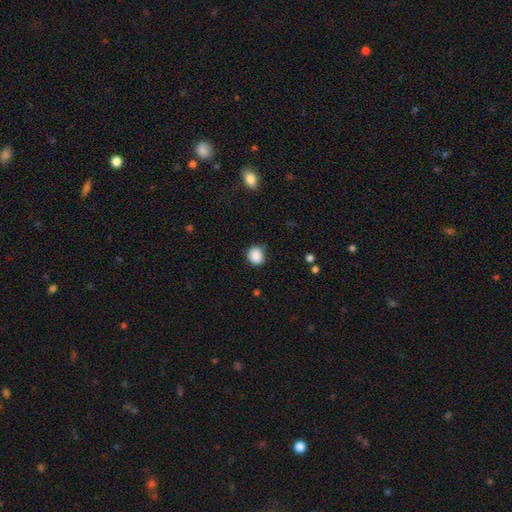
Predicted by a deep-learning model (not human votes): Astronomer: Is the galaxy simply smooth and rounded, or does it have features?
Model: smooth — 88%.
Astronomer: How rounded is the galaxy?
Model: round — 65%.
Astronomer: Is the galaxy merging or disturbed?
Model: none — 75%.